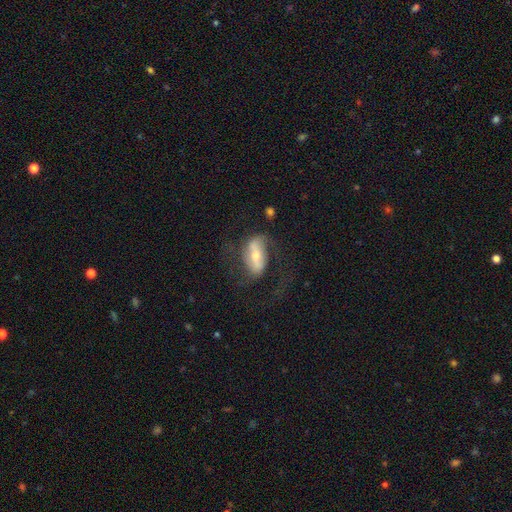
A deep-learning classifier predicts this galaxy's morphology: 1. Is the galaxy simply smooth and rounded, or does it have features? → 67% featured or disk, 26% smooth, 7% star or artifact.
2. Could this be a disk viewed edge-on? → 87% no, 13% yes.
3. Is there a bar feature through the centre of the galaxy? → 58% strong, 25% weak, 17% no.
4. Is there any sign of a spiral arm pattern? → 72% yes, 28% no.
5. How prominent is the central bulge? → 55% moderate, 38% small, 5% large, 1% dominant, 1% none.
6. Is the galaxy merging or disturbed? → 53% none, 26% major disturbance, 18% minor disturbance, 2% merger.